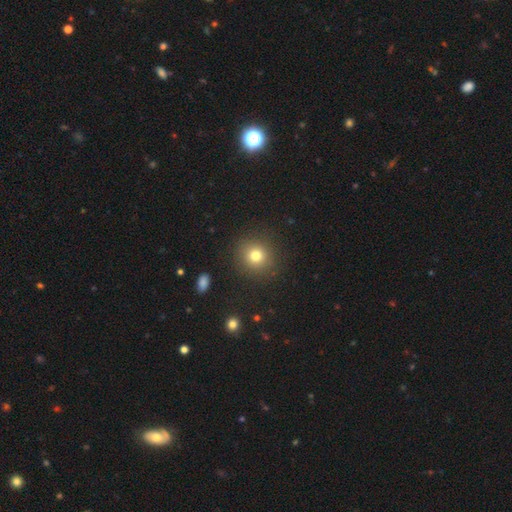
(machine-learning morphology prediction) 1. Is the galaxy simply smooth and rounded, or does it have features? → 78% smooth, 13% star or artifact, 8% featured or disk.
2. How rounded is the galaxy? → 89% round, 10% in between, 1% cigar-shaped.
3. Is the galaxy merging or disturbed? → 89% none, 7% minor disturbance, 3% major disturbance, 1% merger.